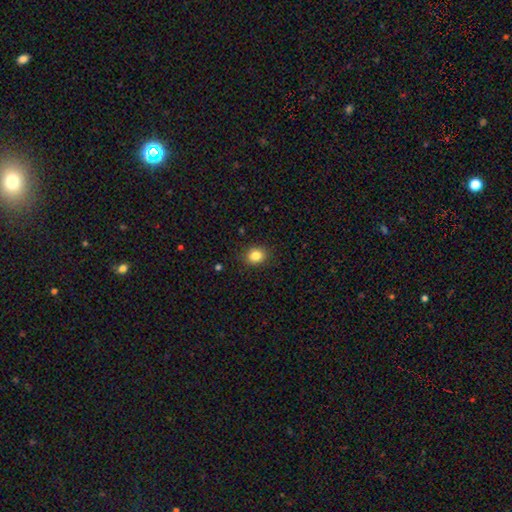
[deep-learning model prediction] This is clearly a smooth galaxy (84%). How rounded: likely round (69%). Merging: clearly none (88%).